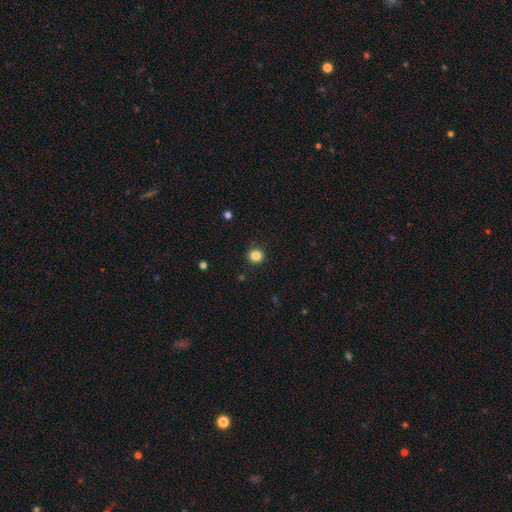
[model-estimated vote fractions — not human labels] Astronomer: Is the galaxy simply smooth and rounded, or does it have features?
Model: smooth — 84%.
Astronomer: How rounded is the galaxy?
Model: round — 93%.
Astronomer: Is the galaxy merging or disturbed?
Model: none — 90%.